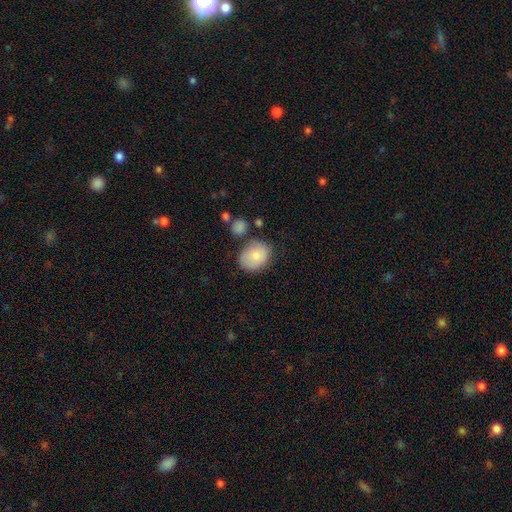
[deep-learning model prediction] A smooth galaxy with no disk features (83%) that is in between round and cigar-shaped (53%).

Vote fractions:
- Smooth or featured? smooth: 83% / featured or disk: 10% / star or artifact: 7%
- How rounded? in between: 53% / round: 46% / cigar-shaped: 1%
- Merging? none: 66% / minor disturbance: 21% / merger: 7% / major disturbance: 6%